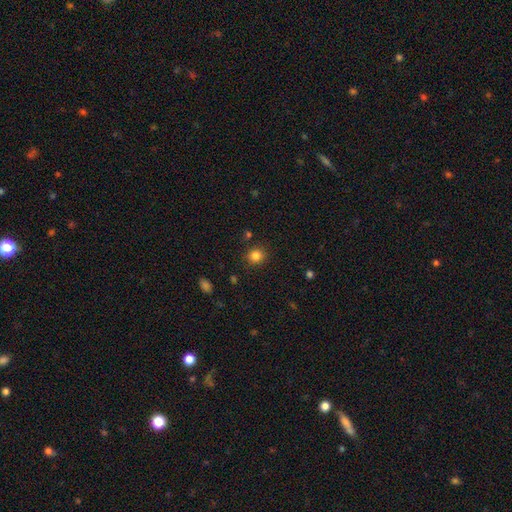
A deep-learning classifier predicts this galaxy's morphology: The model was most divided on "how rounded": round: 82%, in between: 17%, cigar-shaped: 1%. More confident: merging — none (87%); smooth or featured — smooth (83%).